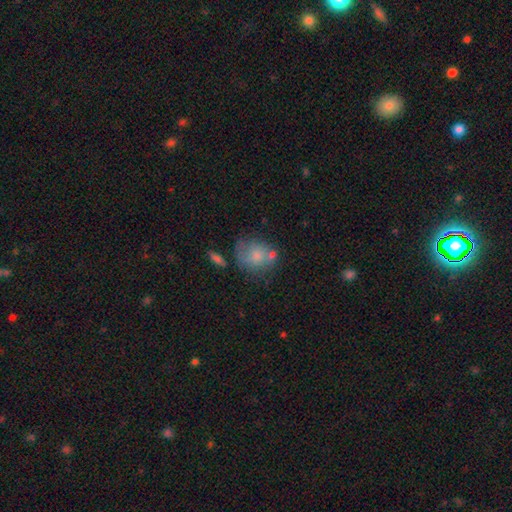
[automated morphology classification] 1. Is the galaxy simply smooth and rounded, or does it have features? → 68% smooth, 23% featured or disk, 8% star or artifact.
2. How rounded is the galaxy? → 65% round, 34% in between, 1% cigar-shaped.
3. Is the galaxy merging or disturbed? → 46% none, 26% minor disturbance, 15% merger, 14% major disturbance.